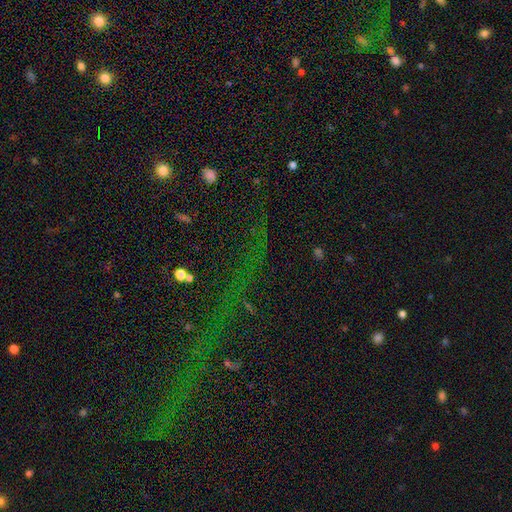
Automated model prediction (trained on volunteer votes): This is likely a star or artifact rather than a galaxy (77%).